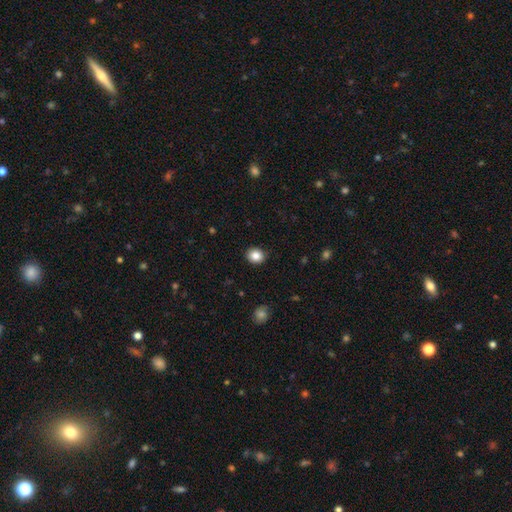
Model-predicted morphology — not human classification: Smooth or featured? Predicted: smooth (p=0.86). How rounded? Predicted: round (p=0.68). Merging? Predicted: none (p=0.90).